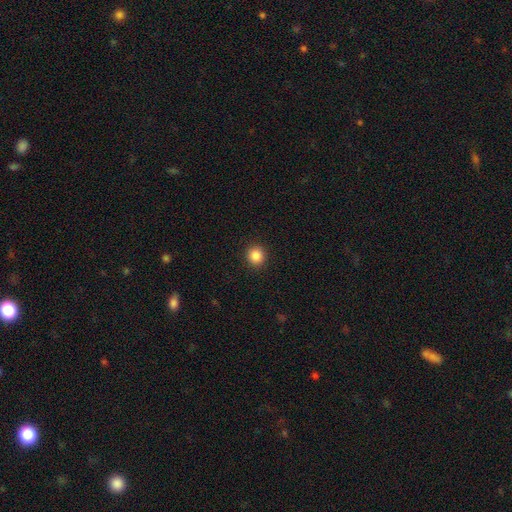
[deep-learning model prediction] This is clearly a smooth galaxy (87%). How rounded: clearly round (91%). Merging: clearly none (92%).